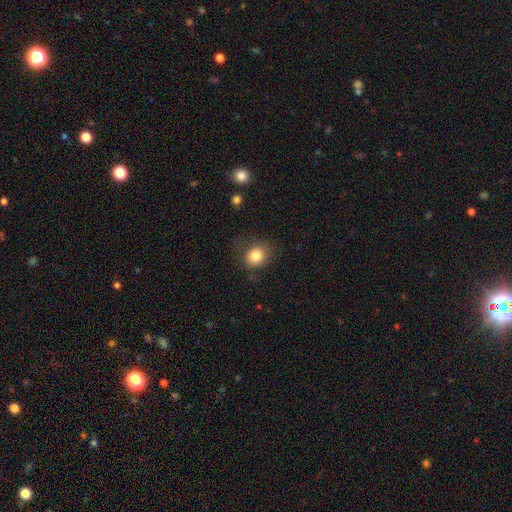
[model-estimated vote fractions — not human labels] smooth 82%, star or artifact 11%, featured or disk 7%. Down the decision tree: how rounded — round (76%); merging — none (76%).